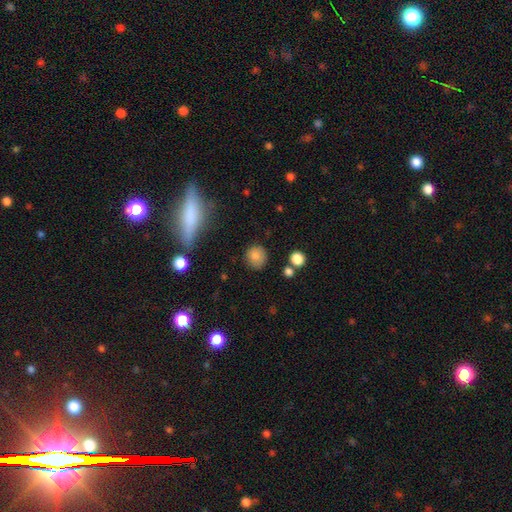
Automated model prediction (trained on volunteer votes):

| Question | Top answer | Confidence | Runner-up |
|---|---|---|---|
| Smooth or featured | smooth | 83% | star or artifact (11%) |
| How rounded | round | 87% | in between (12%) |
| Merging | none | 83% | minor disturbance (11%) |